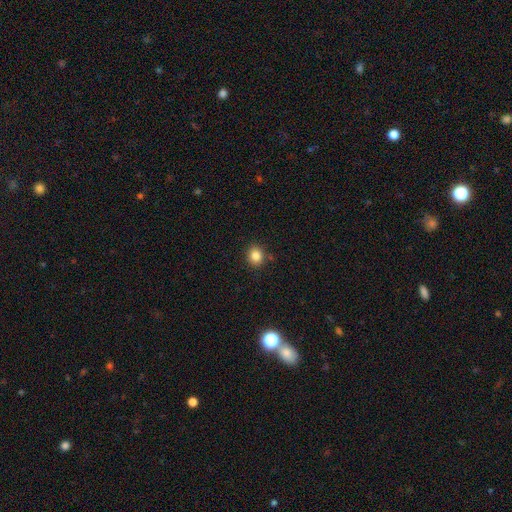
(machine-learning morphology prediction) Smooth or featured? Predicted: smooth (p=0.84). How rounded? Predicted: round (p=0.79). Merging? Predicted: none (p=0.87).